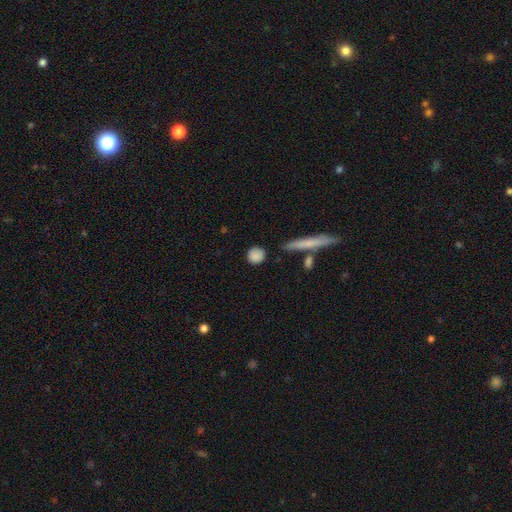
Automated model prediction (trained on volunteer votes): Smooth or featured?
  - smooth: 86% *
  - star or artifact: 8%
  - featured or disk: 6%
How rounded?
  - round: 86% *
  - in between: 10%
  - cigar-shaped: 4%
Merging?
  - none: 84% *
  - minor disturbance: 10%
  - merger: 3%
  - major disturbance: 3%